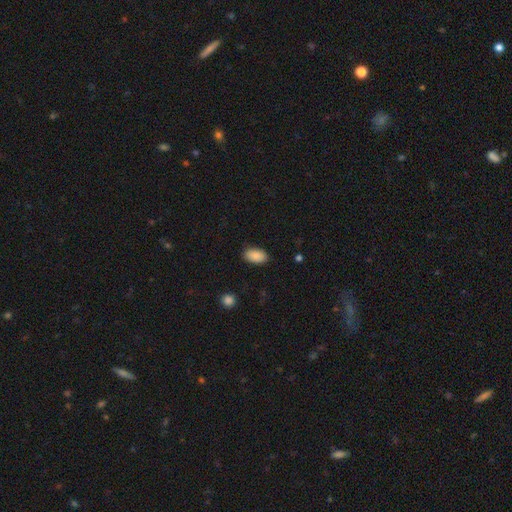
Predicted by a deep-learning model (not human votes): Q: Smooth or featured?
A: smooth (89%); runner-up: star or artifact (7%)
Q: How rounded?
A: in between (94%); runner-up: round (5%)
Q: Merging?
A: none (87%); runner-up: minor disturbance (9%)